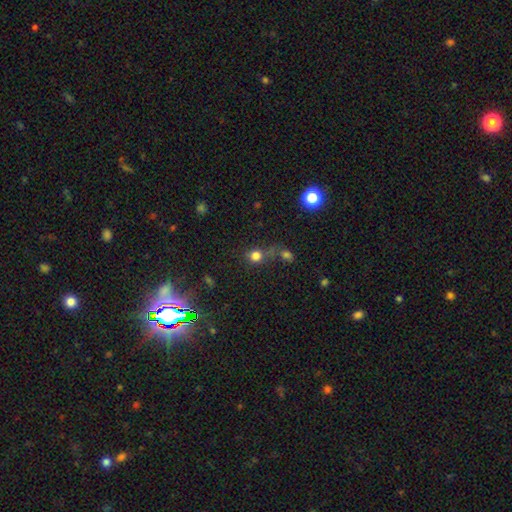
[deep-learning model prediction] Q: Smooth or featured?
A: smooth (74%); runner-up: star or artifact (19%)
Q: How rounded?
A: round (84%); runner-up: in between (15%)
Q: Merging?
A: none (58%); runner-up: merger (19%)